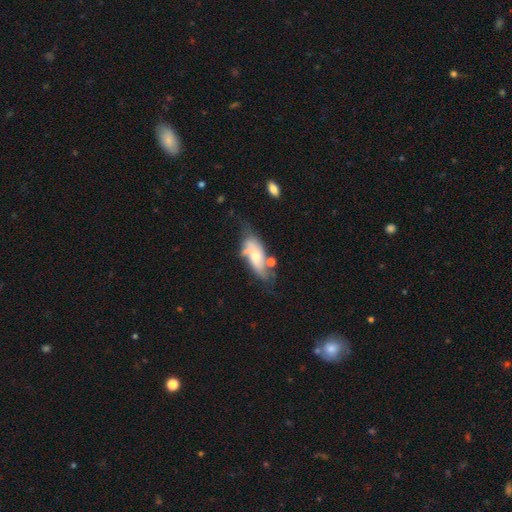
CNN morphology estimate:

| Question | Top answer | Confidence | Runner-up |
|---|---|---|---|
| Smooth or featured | featured or disk | 57% | smooth (36%) |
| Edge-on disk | no | 85% | yes (15%) |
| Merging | none | 39% | minor disturbance (28%) |